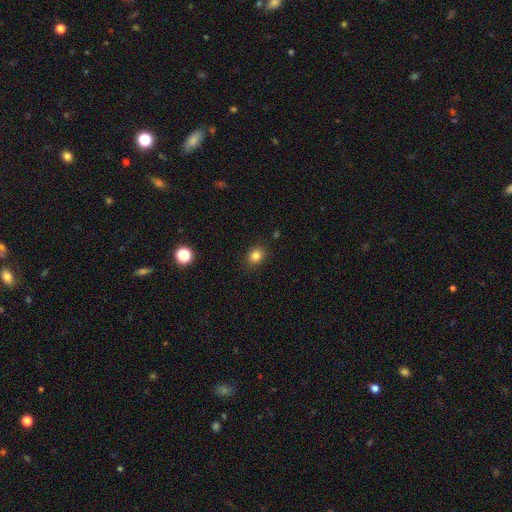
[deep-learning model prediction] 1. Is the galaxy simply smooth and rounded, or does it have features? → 83% smooth, 12% star or artifact, 5% featured or disk.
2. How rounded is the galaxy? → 62% round, 37% in between, 1% cigar-shaped.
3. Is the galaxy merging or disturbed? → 87% none, 9% minor disturbance, 3% major disturbance, 1% merger.